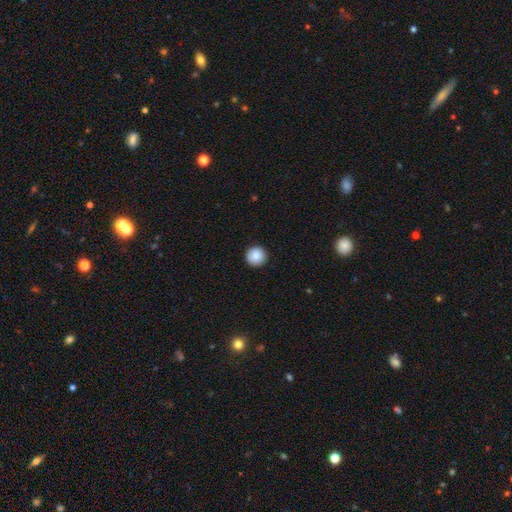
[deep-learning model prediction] The model was most divided on "smooth or featured": smooth: 87%, star or artifact: 8%, featured or disk: 5%. More confident: how rounded — round (96%); merging — none (91%).